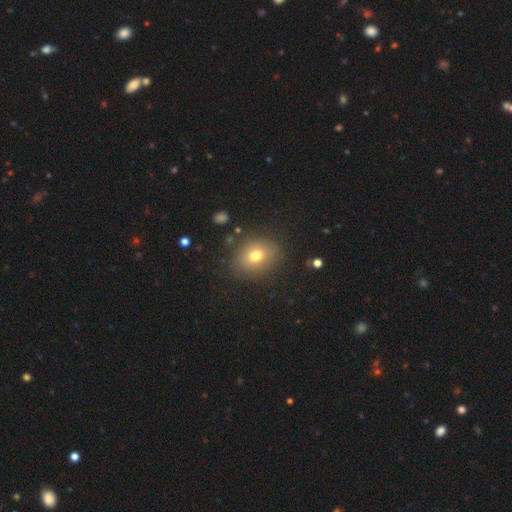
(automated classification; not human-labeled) A smooth galaxy with no disk features (73%) that is in between round and cigar-shaped (50%). Merging: none (82%).